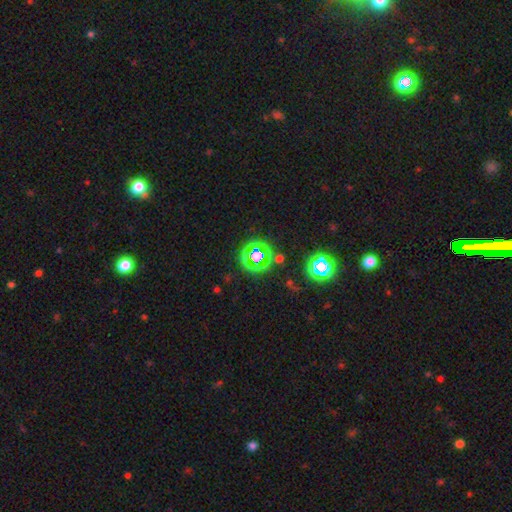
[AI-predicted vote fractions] Smooth or featured: star or artifact — 65% (smooth — 23%)